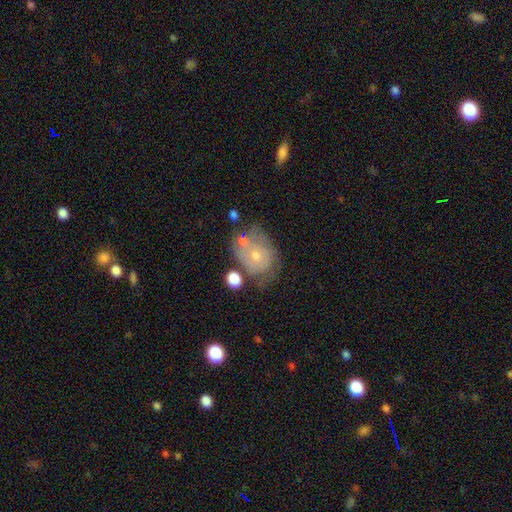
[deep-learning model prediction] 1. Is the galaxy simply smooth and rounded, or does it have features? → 55% featured or disk, 37% smooth, 8% star or artifact.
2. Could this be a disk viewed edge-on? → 97% no, 3% yes.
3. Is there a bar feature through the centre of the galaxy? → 80% no, 18% weak, 3% strong.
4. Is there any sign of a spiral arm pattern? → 67% yes, 33% no.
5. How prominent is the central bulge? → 54% small, 40% moderate, 3% none, 2% large, 1% dominant.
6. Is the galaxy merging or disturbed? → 41% none, 27% minor disturbance, 17% major disturbance, 16% merger.